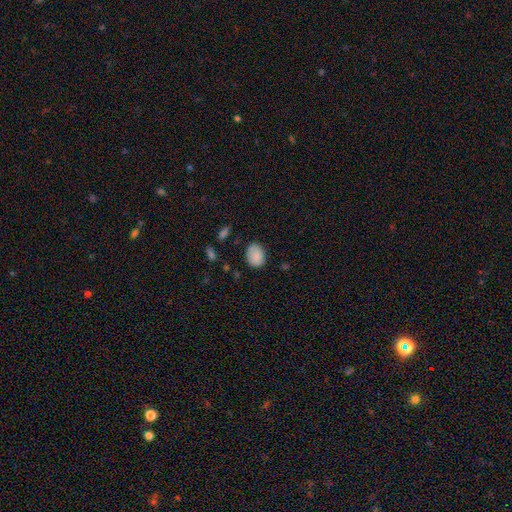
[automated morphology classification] A smooth galaxy with no disk features (87%) that is in between round and cigar-shaped (62%).

Vote fractions:
- Smooth or featured? smooth: 87% / star or artifact: 8% / featured or disk: 5%
- How rounded? in between: 62% / round: 37% / cigar-shaped: 1%
- Merging? none: 77% / minor disturbance: 18% / major disturbance: 4% / merger: 2%